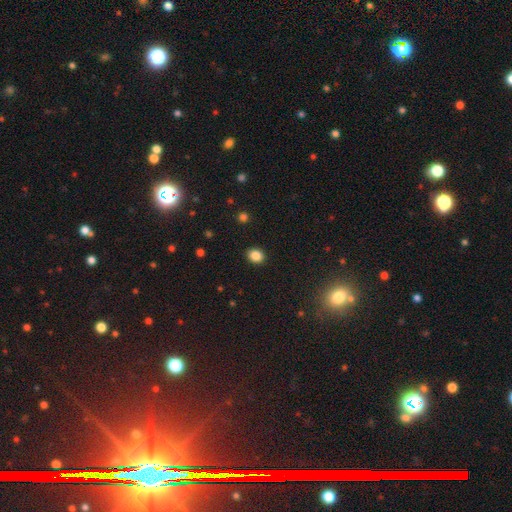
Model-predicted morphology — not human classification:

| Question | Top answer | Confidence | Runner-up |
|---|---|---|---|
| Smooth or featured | smooth | 86% | star or artifact (10%) |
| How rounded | round | 64% | in between (35%) |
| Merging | none | 91% | minor disturbance (6%) |